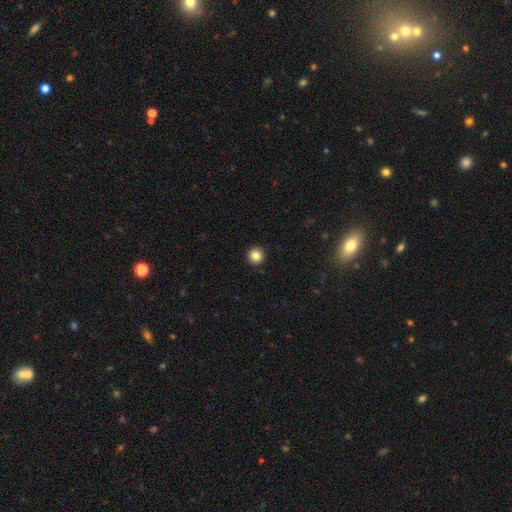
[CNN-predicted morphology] Smooth or featured: smooth — 85% (star or artifact — 10%)
How rounded: round — 95% (in between — 4%)
Merging: none — 93% (minor disturbance — 5%)